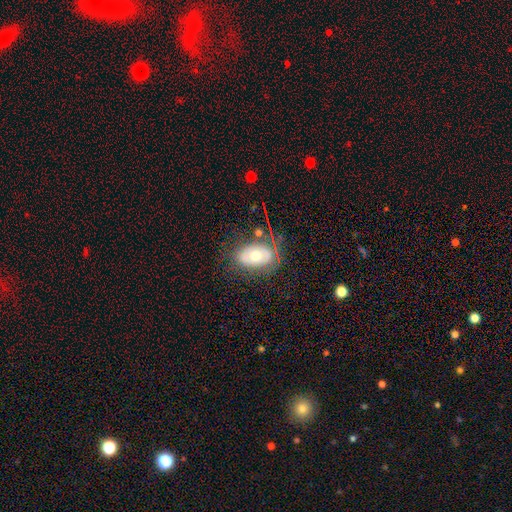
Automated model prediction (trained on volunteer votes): Overall: smooth (50%; featured or disk 41%). How rounded: in between (86%). Merging: none (67%).